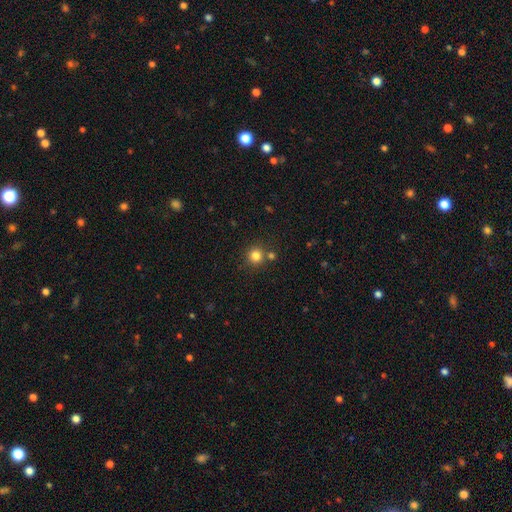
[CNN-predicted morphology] This is clearly a smooth galaxy (81%). How rounded: clearly round (94%). Merging: likely none (78%).